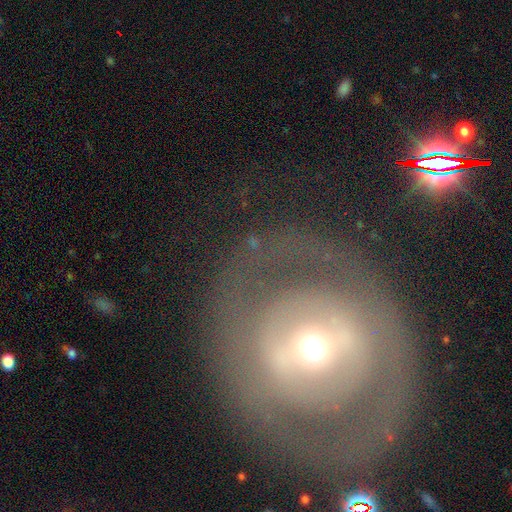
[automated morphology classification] Smooth or featured: featured or disk — 66% (smooth — 26%)
Edge-on disk: no — 94% (yes — 6%)
Bar: no — 39% (weak — 32%)
Spiral arms: no — 69% (yes — 31%)
Bulge size: moderate — 55% (small — 35%)
Merging: none — 77% (minor disturbance — 11%)